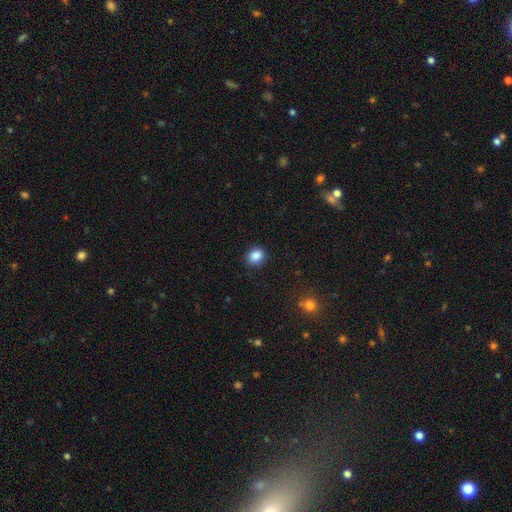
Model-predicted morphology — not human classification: type=smooth (87%); roundness=round (65%); merging=none (88%).